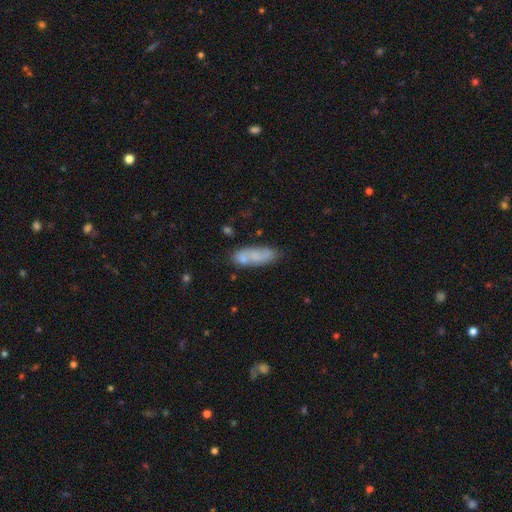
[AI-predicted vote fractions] smooth 64%, featured or disk 28%, star or artifact 8%. Down the decision tree: how rounded — in between (61%); merging — none (63%).